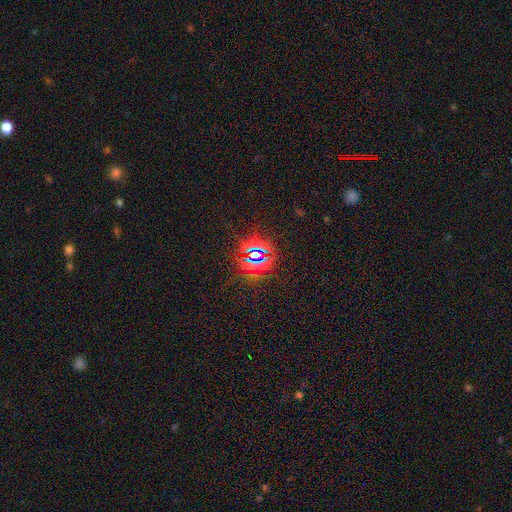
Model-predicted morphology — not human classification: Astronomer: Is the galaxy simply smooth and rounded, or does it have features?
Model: star or artifact — 80%.